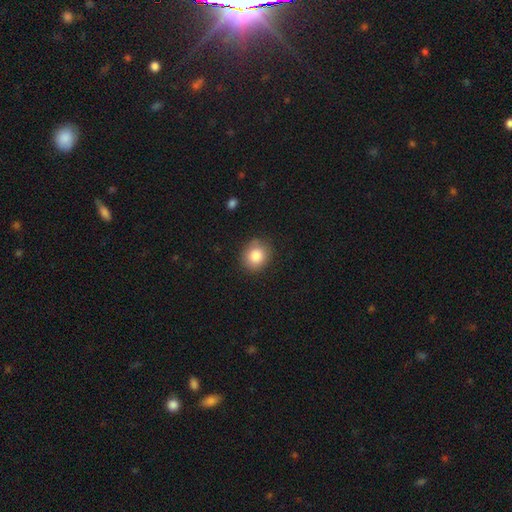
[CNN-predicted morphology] Smooth or featured? Predicted: smooth (p=0.84). How rounded? Predicted: round (p=0.76). Merging? Predicted: none (p=0.84).